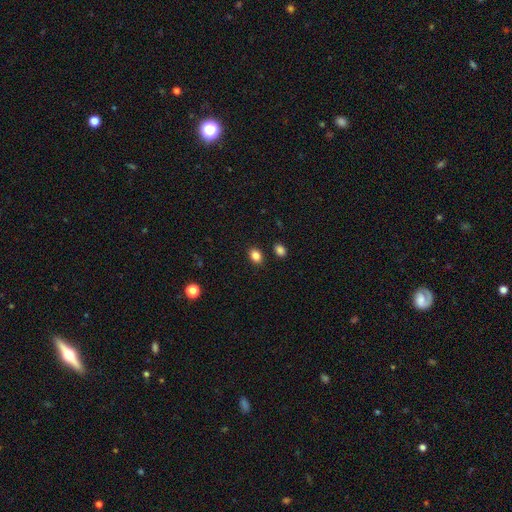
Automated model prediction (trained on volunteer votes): Smooth or featured?
  - smooth: 85% *
  - star or artifact: 11%
  - featured or disk: 4%
How rounded?
  - in between: 65% *
  - round: 34%
  - cigar-shaped: 1%
Merging?
  - none: 86% *
  - minor disturbance: 8%
  - merger: 4%
  - major disturbance: 2%